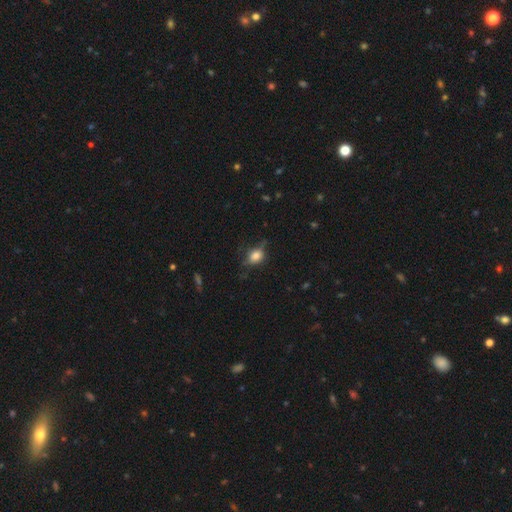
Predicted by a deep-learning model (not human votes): Overall: smooth (76%). How rounded: in between (56%; round 42%). Merging: none (57%; minor disturbance 29%).